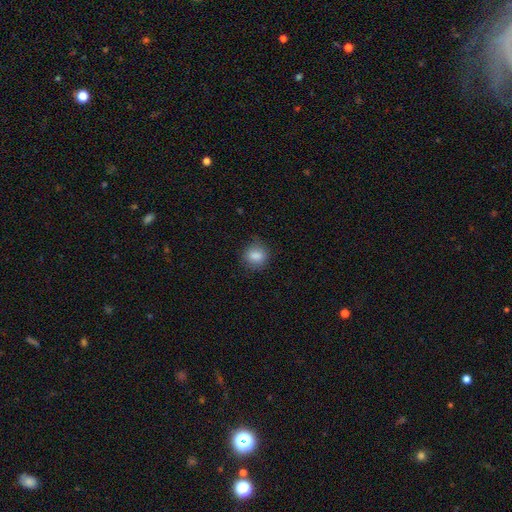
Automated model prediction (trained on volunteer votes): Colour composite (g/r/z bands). It shows a smooth galaxy with no disk features (85%) that is round (67%). Merging: none (78%).